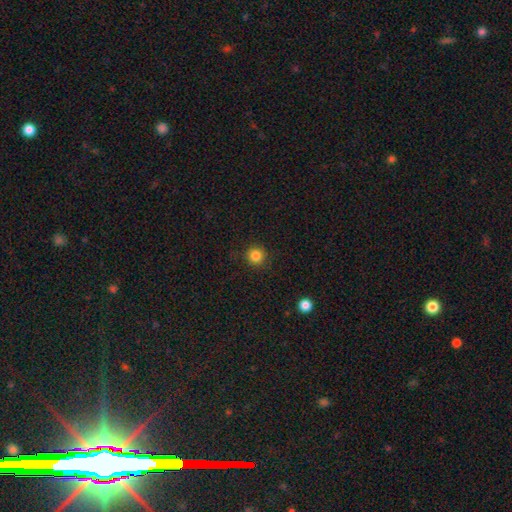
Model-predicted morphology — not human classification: Q: Smooth or featured?
A: smooth (84%); runner-up: star or artifact (12%)
Q: How rounded?
A: round (94%); runner-up: in between (5%)
Q: Merging?
A: none (90%); runner-up: minor disturbance (6%)